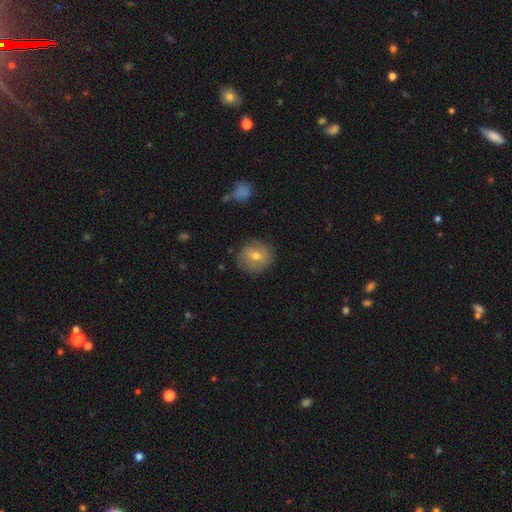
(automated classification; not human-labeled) Smooth or featured?
  - smooth: 58% *
  - featured or disk: 34%
  - star or artifact: 8%
How rounded?
  - round: 84% *
  - in between: 15%
  - cigar-shaped: 1%
Merging?
  - none: 78% *
  - minor disturbance: 15%
  - major disturbance: 5%
  - merger: 2%